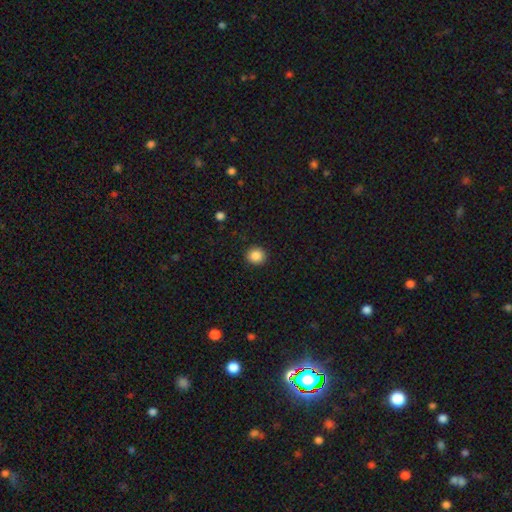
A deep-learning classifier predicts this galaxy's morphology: The model was most divided on "smooth or featured": smooth: 87%, star or artifact: 10%, featured or disk: 3%. More confident: merging — none (92%); how rounded — round (89%).